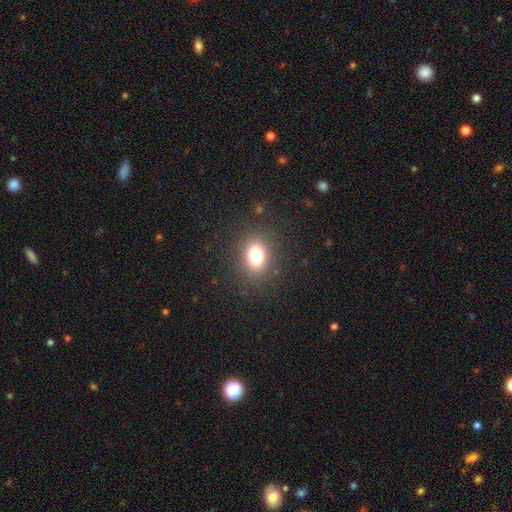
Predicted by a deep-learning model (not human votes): smooth 78%, star or artifact 13%, featured or disk 9%. Down the decision tree: how rounded — in between (67%); merging — none (85%).